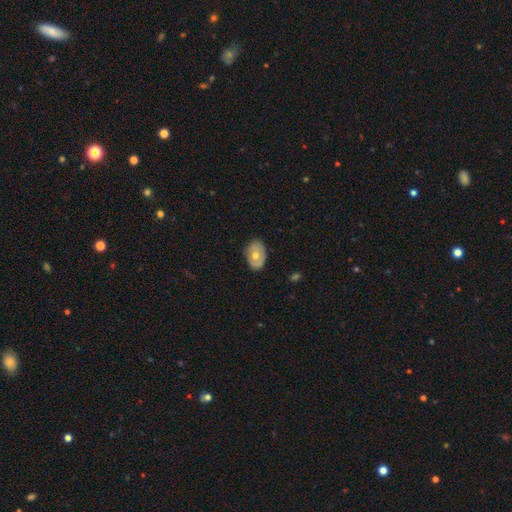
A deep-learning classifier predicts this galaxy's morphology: type=smooth (52%); roundness=in between (81%); merging=none (79%).